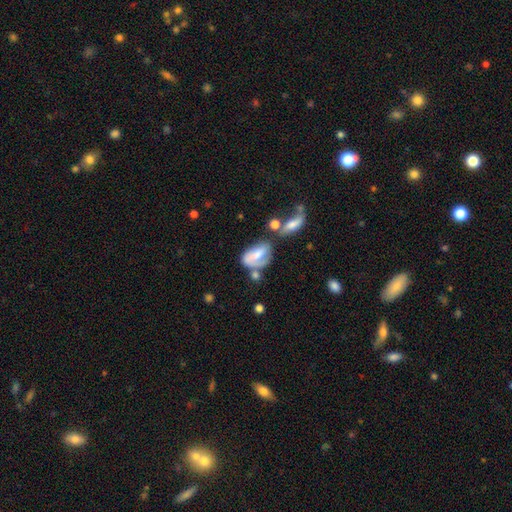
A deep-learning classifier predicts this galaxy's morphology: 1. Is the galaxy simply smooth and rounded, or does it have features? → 50% smooth, 42% featured or disk, 8% star or artifact.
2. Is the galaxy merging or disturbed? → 30% none, 27% merger, 22% major disturbance, 21% minor disturbance.